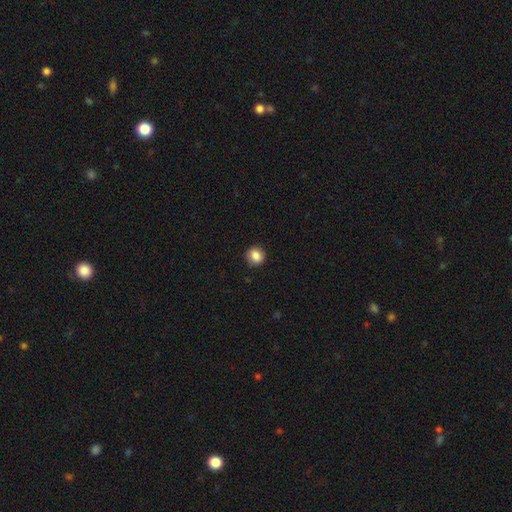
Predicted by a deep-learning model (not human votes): This is clearly a smooth galaxy (85%). How rounded: likely round (77%). Merging: clearly none (88%).